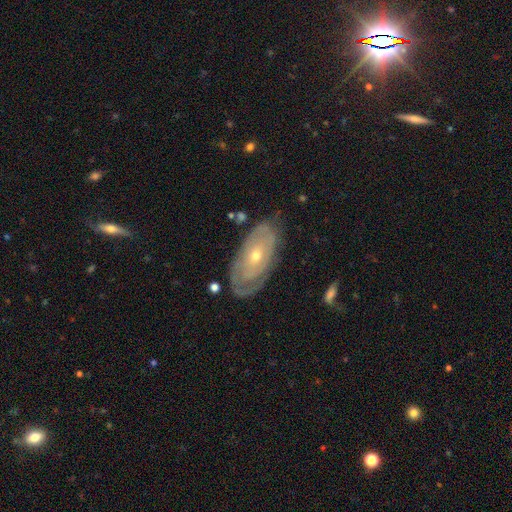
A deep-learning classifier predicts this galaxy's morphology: A featured or disk galaxy (72%) with no bar (83%), spiral arms (66%) and a small central bulge (56%). Merging: none (72%).